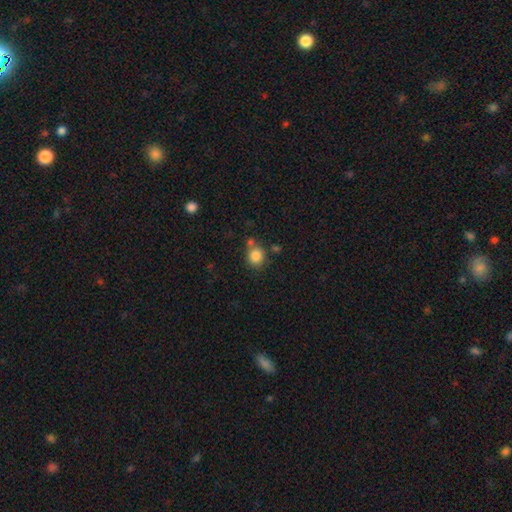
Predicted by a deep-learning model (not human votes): Smooth or featured: smooth — 85% (star or artifact — 10%)
How rounded: round — 82% (in between — 17%)
Merging: none — 67% (merger — 16%)